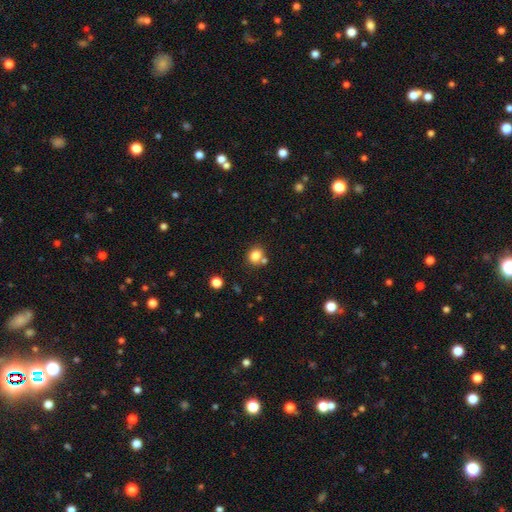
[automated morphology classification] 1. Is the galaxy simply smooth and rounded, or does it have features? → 83% smooth, 11% star or artifact, 6% featured or disk.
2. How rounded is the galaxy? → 71% round, 29% in between, 1% cigar-shaped.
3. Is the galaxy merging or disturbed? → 66% none, 20% merger, 11% minor disturbance, 3% major disturbance.